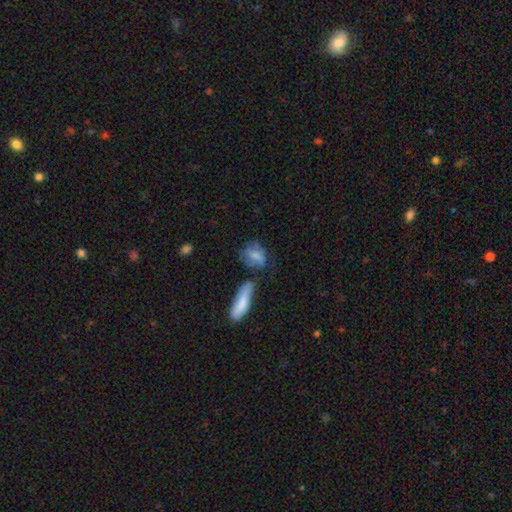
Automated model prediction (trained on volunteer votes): smooth_or_featured: smooth (p=0.68) [alt: featured or disk p=0.24]
how_rounded: in between (p=0.62) [alt: round p=0.31]
merging: none (p=0.44) [alt: minor disturbance p=0.27]